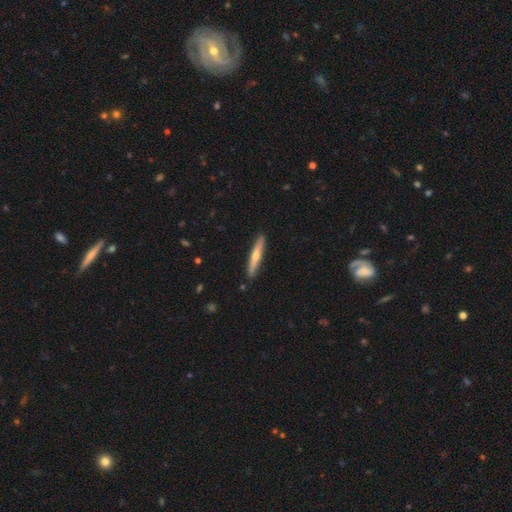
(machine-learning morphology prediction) smooth_or_featured: featured or disk (p=0.50) [alt: smooth p=0.44]
disk_edge_on: yes (p=0.93) [alt: no p=0.07]
merging: none (p=0.90) [alt: minor disturbance p=0.07]